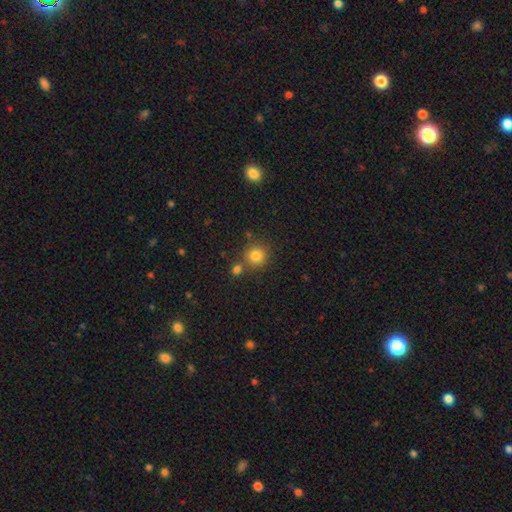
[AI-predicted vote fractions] A smooth galaxy with no disk features (81%) that is round (90%). Merging: none (72%).